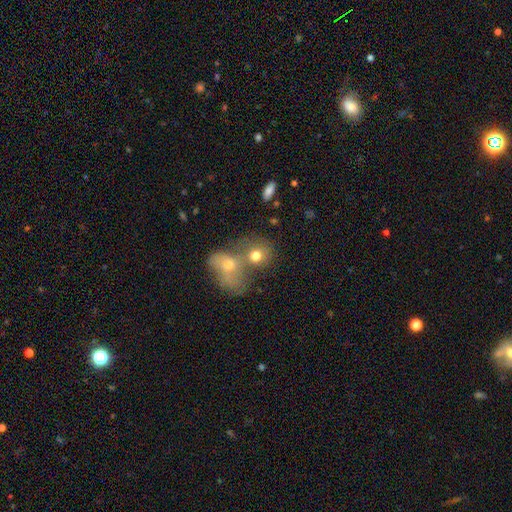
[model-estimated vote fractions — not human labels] Morphology: type=smooth (71%); roundness=round (66%); merging=merger (65%).